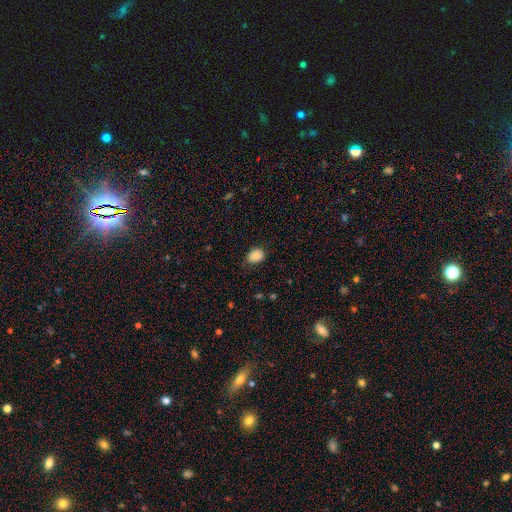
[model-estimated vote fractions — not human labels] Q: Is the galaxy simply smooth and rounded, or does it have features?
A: smooth — 86%.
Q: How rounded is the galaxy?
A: in between — 63%.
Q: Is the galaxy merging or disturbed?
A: none — 69%.